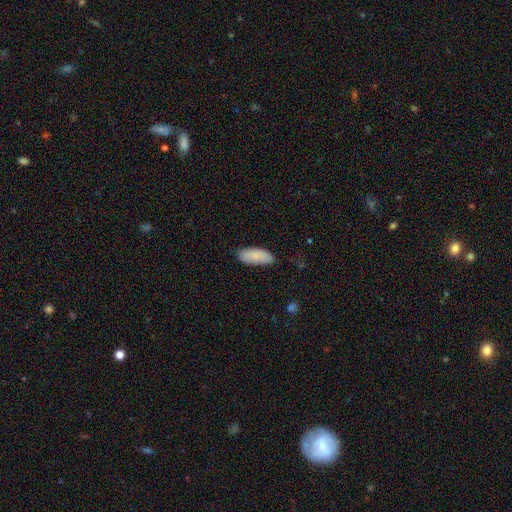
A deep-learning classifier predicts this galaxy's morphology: smooth 84%, featured or disk 10%, star or artifact 6%. Down the decision tree: how rounded — in between (86%); merging — none (82%).